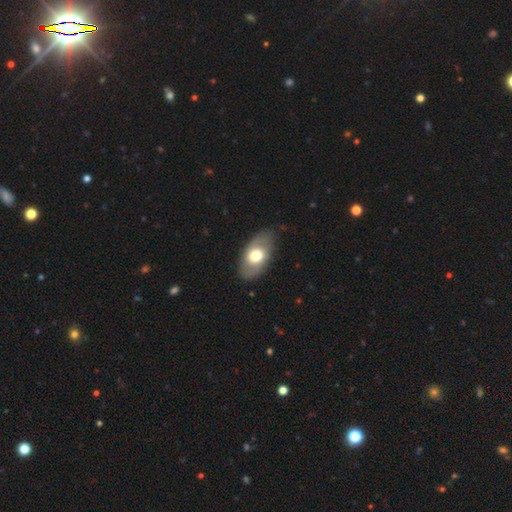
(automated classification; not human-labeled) Smooth or featured? Predicted: smooth (p=0.56). How rounded? Predicted: in between (p=0.91). Merging? Predicted: none (p=0.81).